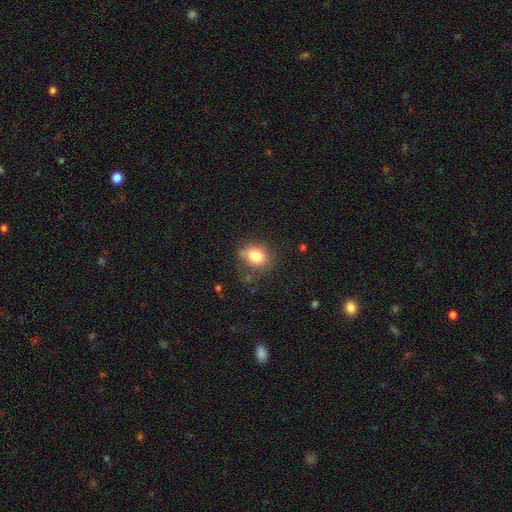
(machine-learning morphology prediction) smooth 82%, star or artifact 9%, featured or disk 8%. Down the decision tree: how rounded — in between (58%); merging — none (70%).